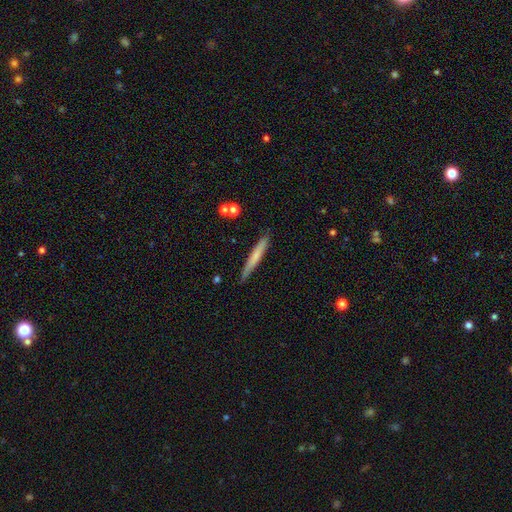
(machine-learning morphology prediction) smooth 61%, featured or disk 33%, star or artifact 6%. Down the decision tree: how rounded — cigar-shaped (96%); merging — none (85%).